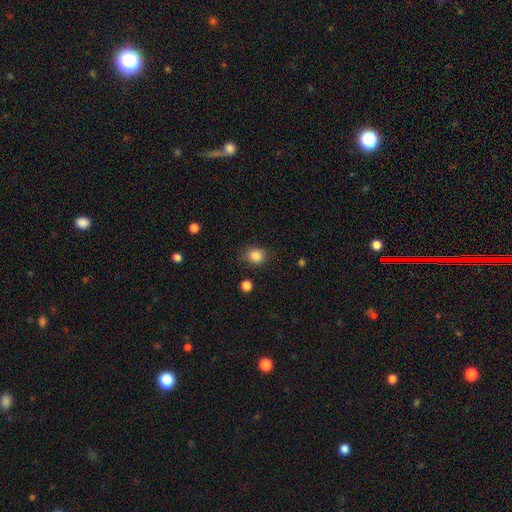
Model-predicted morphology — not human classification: smooth_or_featured: smooth (p=0.85) [alt: star or artifact p=0.10]
how_rounded: round (p=0.74) [alt: in between p=0.25]
merging: none (p=0.82) [alt: minor disturbance p=0.13]